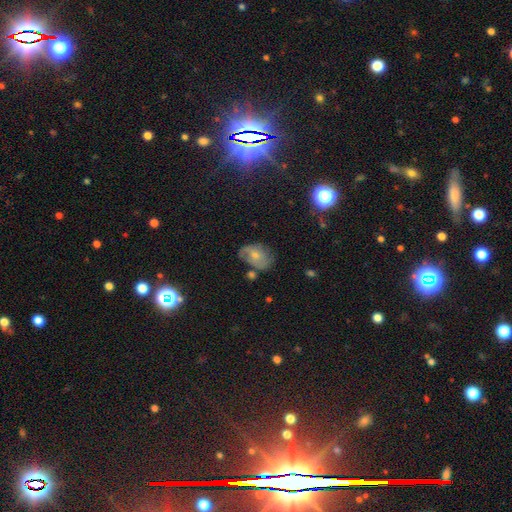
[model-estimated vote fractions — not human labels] Smooth or featured: smooth — 49% (featured or disk — 41%)
Merging: none — 49% (minor disturbance — 30%)